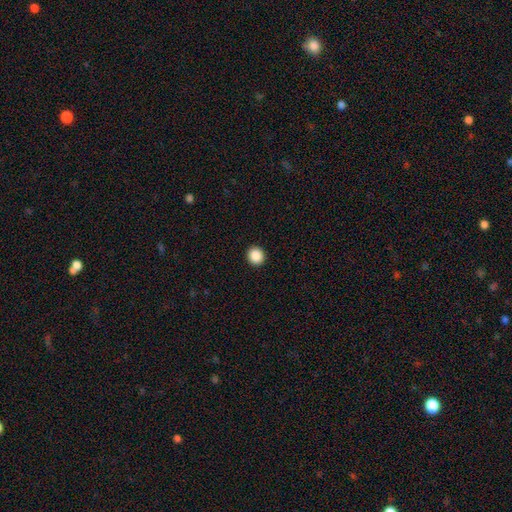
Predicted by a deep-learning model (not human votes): Smooth or featured?
  - smooth: 88% *
  - star or artifact: 9%
  - featured or disk: 3%
How rounded?
  - round: 88% *
  - in between: 11%
  - cigar-shaped: 1%
Merging?
  - none: 93% *
  - minor disturbance: 4%
  - major disturbance: 2%
  - merger: 1%